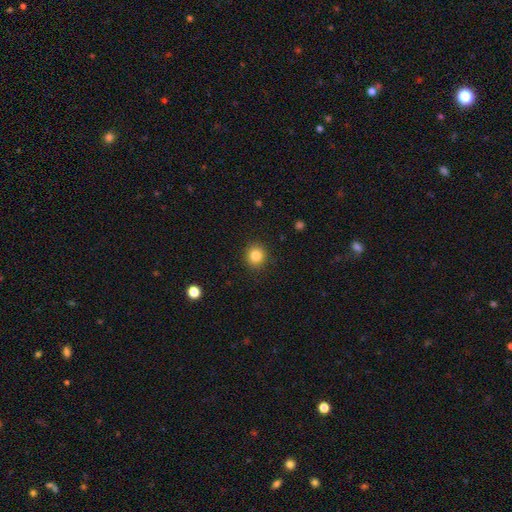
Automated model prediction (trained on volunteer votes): Q: Smooth or featured?
A: smooth (84%); runner-up: star or artifact (11%)
Q: How rounded?
A: round (86%); runner-up: in between (13%)
Q: Merging?
A: none (90%); runner-up: minor disturbance (7%)